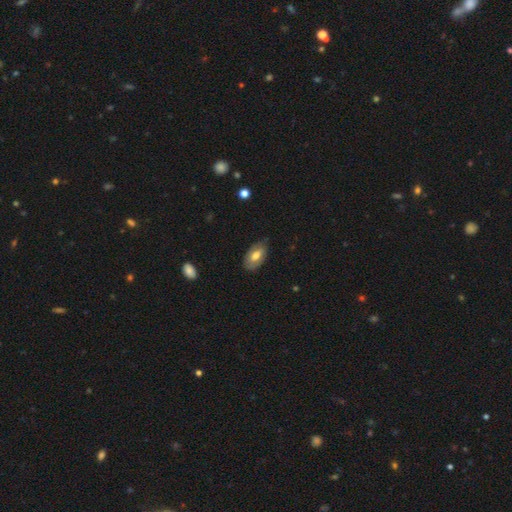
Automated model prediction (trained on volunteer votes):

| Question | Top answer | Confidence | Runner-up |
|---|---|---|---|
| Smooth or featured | smooth | 61% | featured or disk (33%) |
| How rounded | in between | 93% | round (4%) |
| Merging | none | 75% | minor disturbance (20%) |